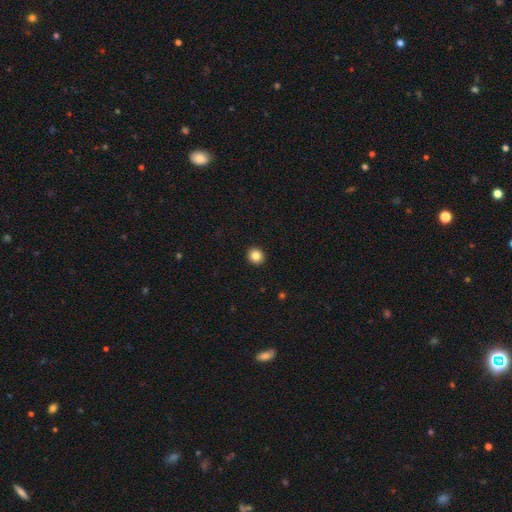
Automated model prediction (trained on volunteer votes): This is clearly a smooth galaxy (84%). How rounded: clearly round (87%). Merging: clearly none (93%).